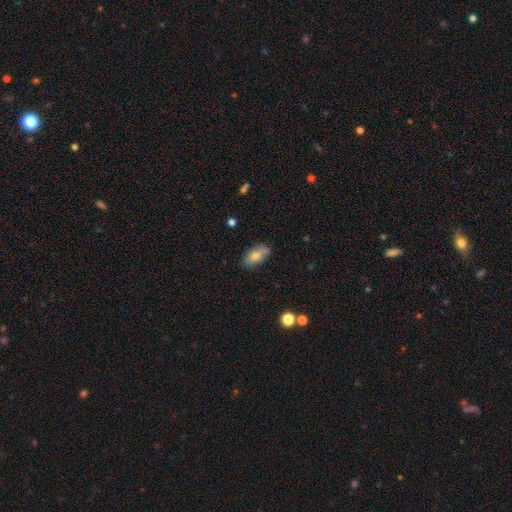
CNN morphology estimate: Q: Smooth or featured?
A: smooth (77%); runner-up: featured or disk (16%)
Q: How rounded?
A: in between (89%); runner-up: cigar-shaped (8%)
Q: Merging?
A: none (74%); runner-up: minor disturbance (19%)